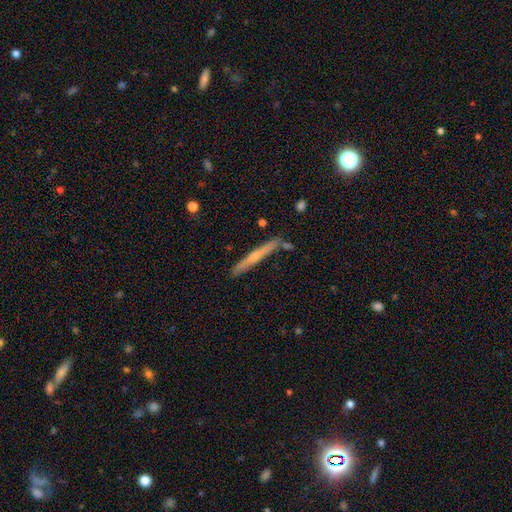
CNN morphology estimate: smooth_or_featured: featured or disk (p=0.57) [alt: smooth p=0.37]
disk_edge_on: yes (p=0.96) [alt: no p=0.04]
edge_on_bulge: rounded (p=0.66) [alt: none p=0.30]
merging: none (p=0.84) [alt: minor disturbance p=0.10]